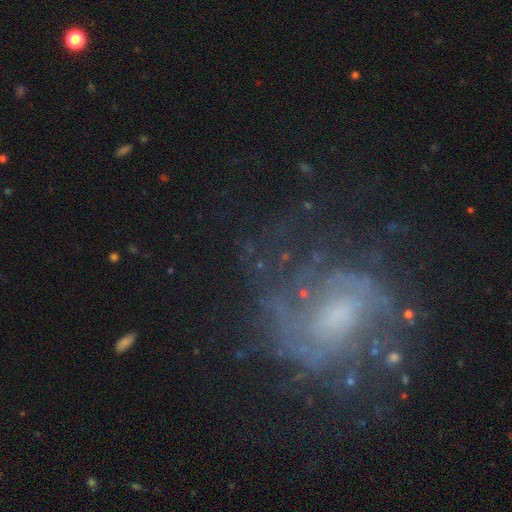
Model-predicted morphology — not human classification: Smooth or featured?
  - featured or disk: 78% *
  - star or artifact: 12%
  - smooth: 10%
Edge-on disk?
  - no: 97% *
  - yes: 3%
Bar?
  - no: 51% *
  - weak: 40%
  - strong: 9%
Spiral arms?
  - yes: 87% *
  - no: 13%
Spiral winding?
  - medium: 44% *
  - tight: 35%
  - loose: 21%
Spiral arm count?
  - 2: 41% *
  - can't tell: 34%
  - 3: 10%
  - 1: 6%
  - 4: 5%
  - more than 4: 5%
Bulge size?
  - moderate: 39% *
  - small: 35%
  - none: 15%
  - large: 8%
  - dominant: 2%
Merging?
  - none: 63% *
  - major disturbance: 18%
  - minor disturbance: 17%
  - merger: 2%